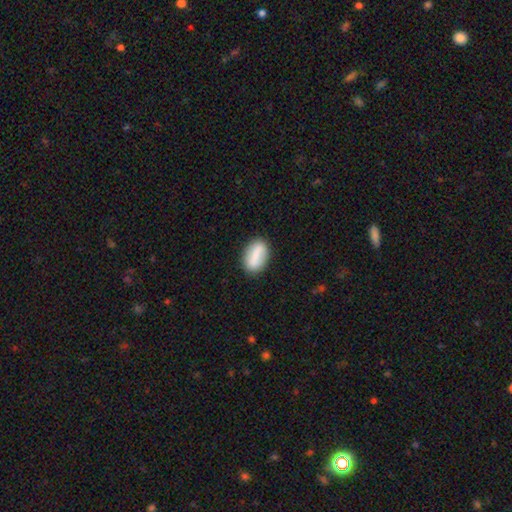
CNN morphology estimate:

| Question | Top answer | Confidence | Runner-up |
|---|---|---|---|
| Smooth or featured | smooth | 74% | featured or disk (18%) |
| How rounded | in between | 85% | round (10%) |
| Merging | none | 82% | minor disturbance (12%) |